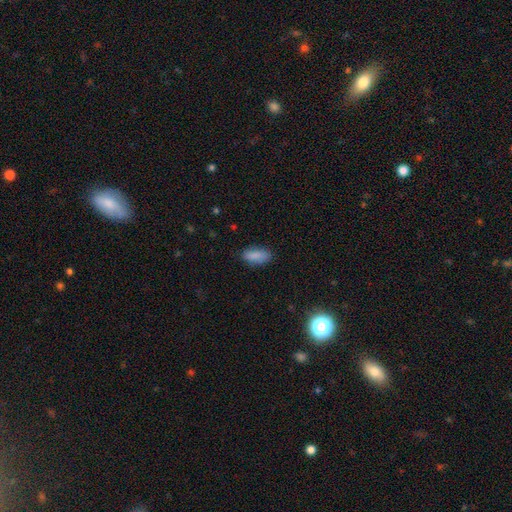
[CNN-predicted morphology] Smooth or featured? Predicted: smooth (p=0.87). How rounded? Predicted: in between (p=0.85). Merging? Predicted: none (p=0.80).